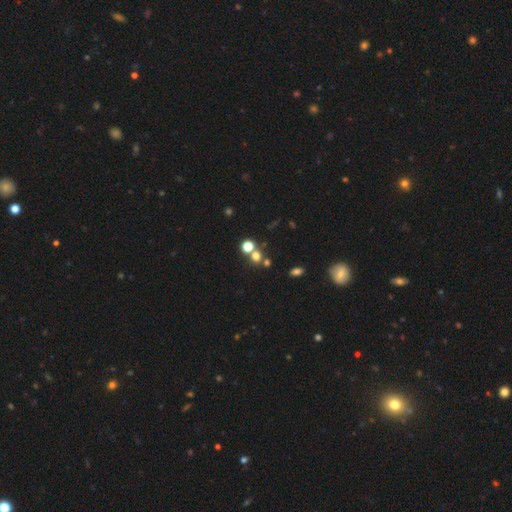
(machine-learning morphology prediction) A smooth galaxy with no disk features (65%) that is round (85%). Merging: none (59%).